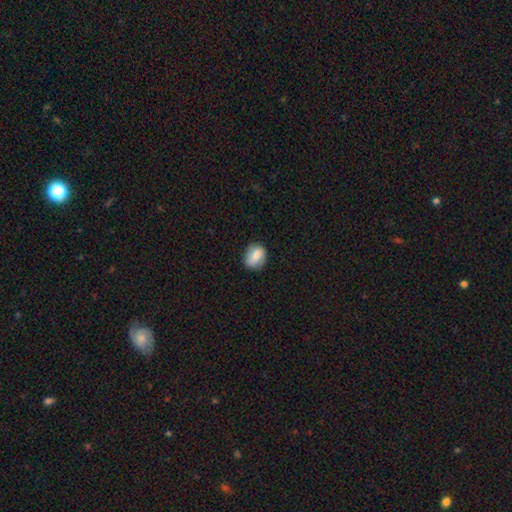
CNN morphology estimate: Q: Smooth or featured?
A: smooth (78%); runner-up: featured or disk (14%)
Q: How rounded?
A: in between (54%); runner-up: round (45%)
Q: Merging?
A: none (79%); runner-up: minor disturbance (16%)